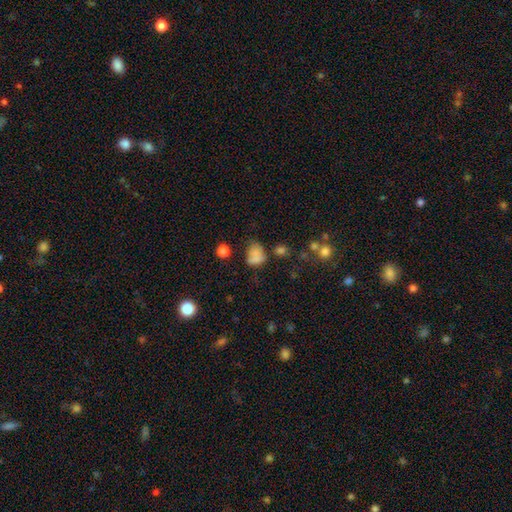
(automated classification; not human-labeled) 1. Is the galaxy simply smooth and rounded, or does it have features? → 70% smooth, 15% featured or disk, 15% star or artifact.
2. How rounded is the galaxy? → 67% in between, 32% round, 1% cigar-shaped.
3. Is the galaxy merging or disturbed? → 39% none, 27% minor disturbance, 19% major disturbance, 14% merger.